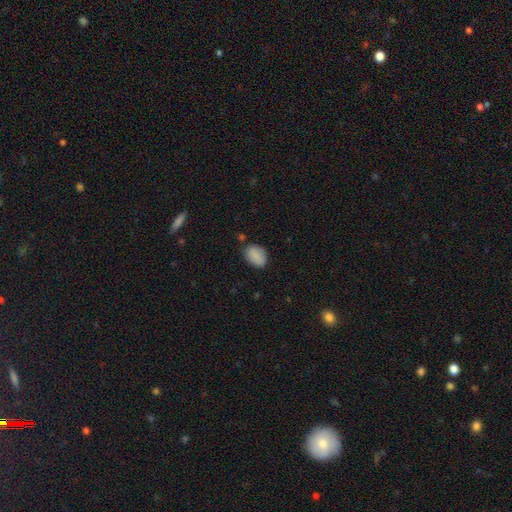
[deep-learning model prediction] Smooth or featured?
  - smooth: 88% *
  - star or artifact: 8%
  - featured or disk: 5%
How rounded?
  - in between: 81% *
  - round: 18%
  - cigar-shaped: 1%
Merging?
  - none: 76% *
  - minor disturbance: 17%
  - major disturbance: 4%
  - merger: 3%